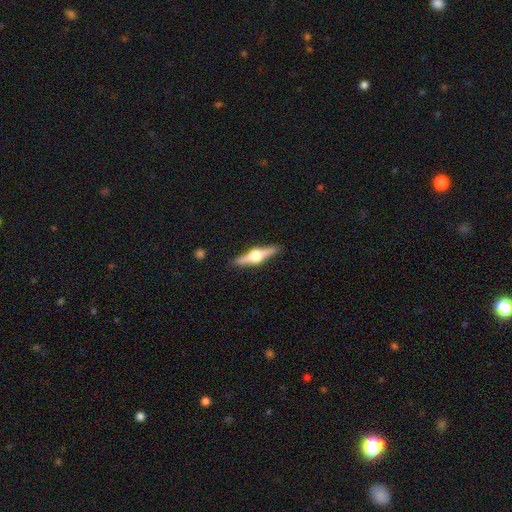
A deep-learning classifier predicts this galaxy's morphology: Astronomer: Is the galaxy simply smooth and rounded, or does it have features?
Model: featured or disk — 78%.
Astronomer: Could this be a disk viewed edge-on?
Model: yes — 98%.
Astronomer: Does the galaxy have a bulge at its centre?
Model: rounded — 96%.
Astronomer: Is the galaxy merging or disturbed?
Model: none — 89%.